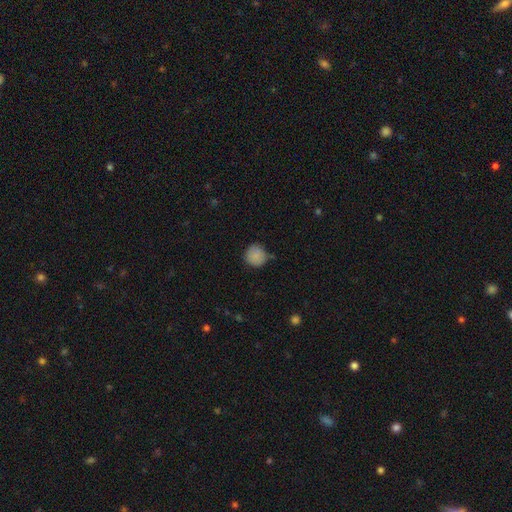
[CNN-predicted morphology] Overall: smooth (86%). How rounded: round (90%). Merging: none (72%).